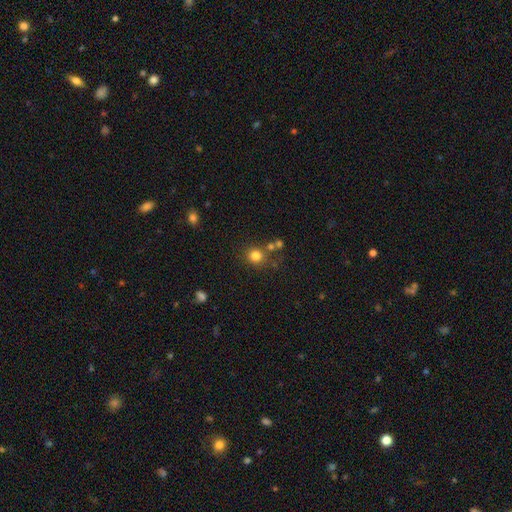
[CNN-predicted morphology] Smooth or featured? smooth (80%)
How rounded? round (88%)
Merging? none (73%)